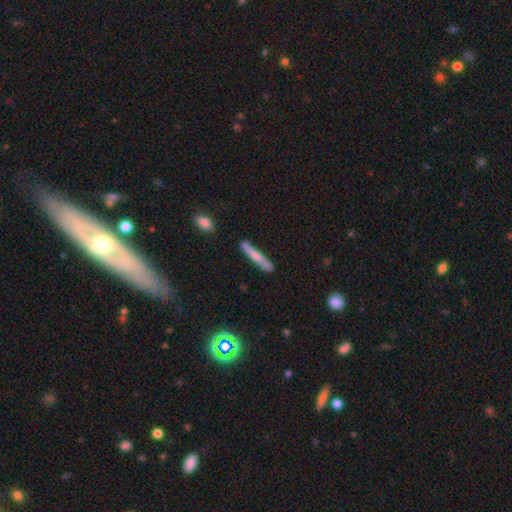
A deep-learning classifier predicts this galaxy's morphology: A smooth galaxy with no disk features (63%) that is cigar-shaped (94%). Merging: none (80%).